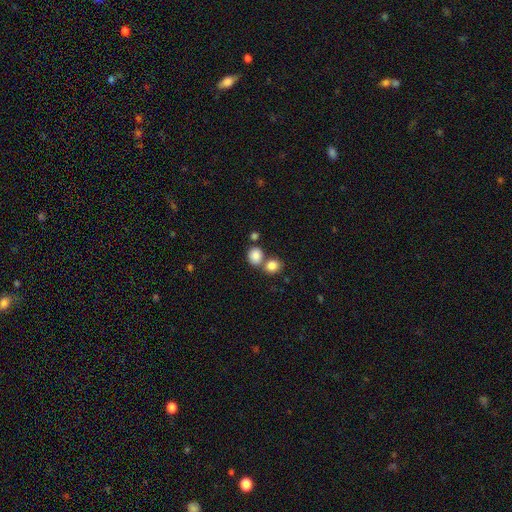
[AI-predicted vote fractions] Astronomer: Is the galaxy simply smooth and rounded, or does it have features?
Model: smooth — 85%.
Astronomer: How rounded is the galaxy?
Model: round — 69%.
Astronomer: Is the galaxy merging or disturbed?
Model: none — 51% (runner-up: merger, 37%).